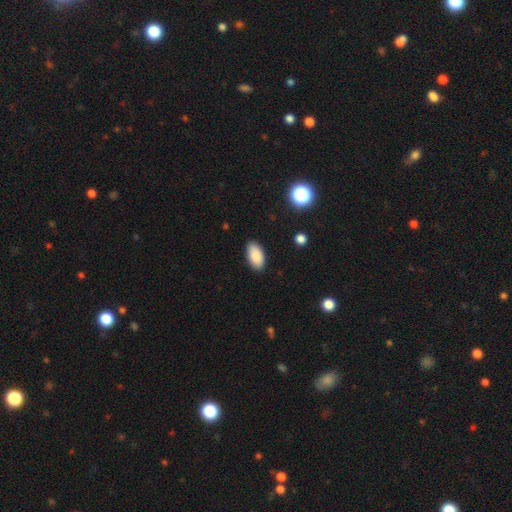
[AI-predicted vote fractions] This is clearly a smooth galaxy (89%). How rounded: clearly in between (95%). Merging: clearly none (88%).